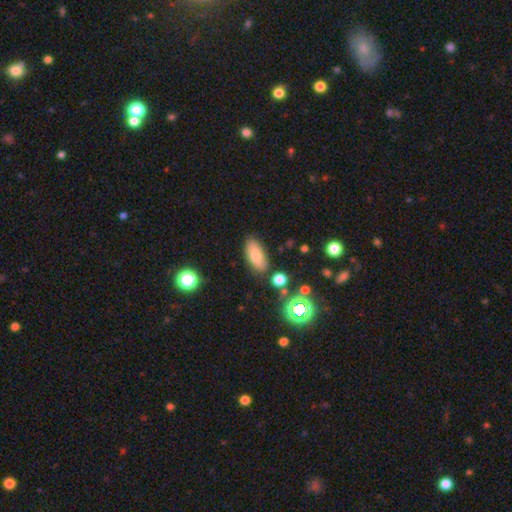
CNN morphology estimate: Q: Smooth or featured?
A: smooth (79%); runner-up: featured or disk (11%)
Q: How rounded?
A: in between (85%); runner-up: cigar-shaped (11%)
Q: Merging?
A: none (83%); runner-up: minor disturbance (11%)